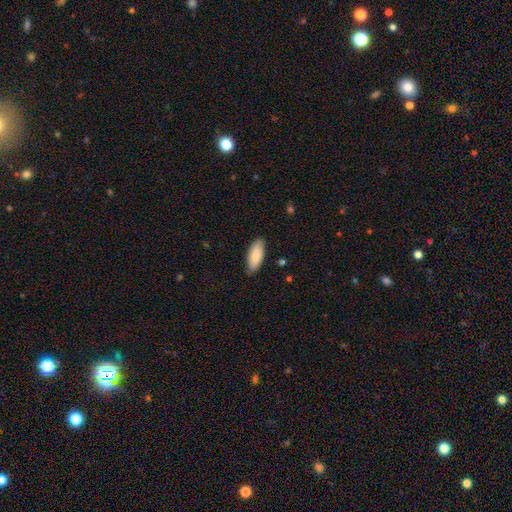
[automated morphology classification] type=smooth (86%); roundness=in between (81%); merging=none (82%).